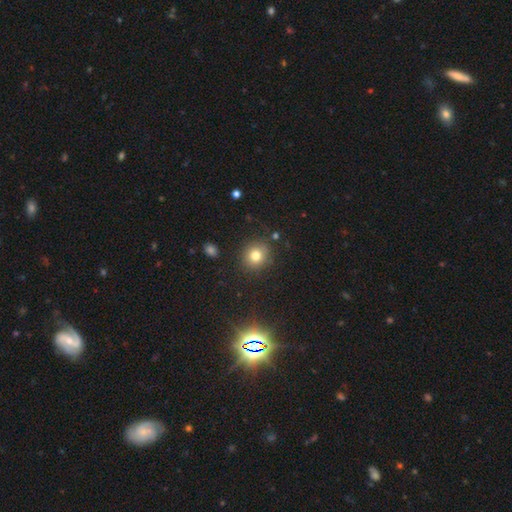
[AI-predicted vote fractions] smooth_or_featured: smooth (p=0.76) [alt: star or artifact p=0.15]
how_rounded: round (p=0.87) [alt: in between p=0.12]
merging: none (p=0.86) [alt: minor disturbance p=0.09]